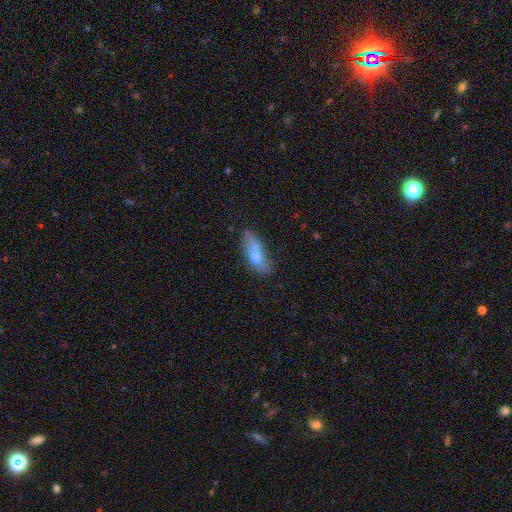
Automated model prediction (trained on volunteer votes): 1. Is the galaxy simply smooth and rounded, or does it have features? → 60% smooth, 31% featured or disk, 9% star or artifact.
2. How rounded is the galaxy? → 71% in between, 25% cigar-shaped, 4% round.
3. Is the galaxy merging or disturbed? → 47% none, 29% minor disturbance, 13% major disturbance, 12% merger.